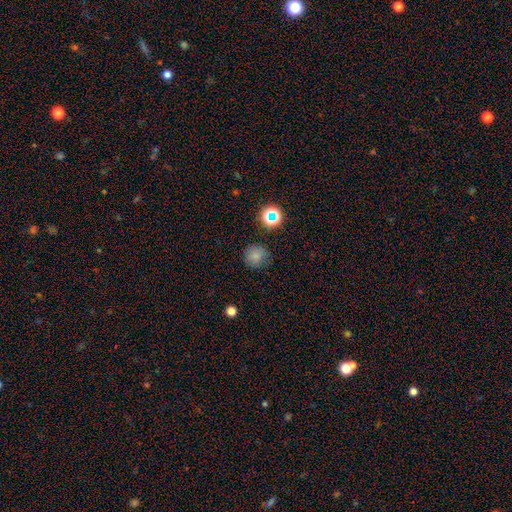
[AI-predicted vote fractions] The model was most divided on "smooth or featured": smooth: 76%, star or artifact: 17%, featured or disk: 7%. More confident: how rounded — round (92%); merging — none (82%).